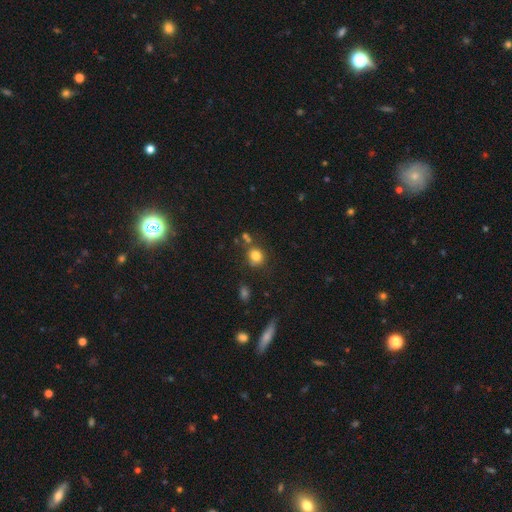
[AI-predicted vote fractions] Smooth or featured?
  - smooth: 80% *
  - star or artifact: 13%
  - featured or disk: 7%
How rounded?
  - round: 76% *
  - in between: 23%
  - cigar-shaped: 1%
Merging?
  - none: 67% *
  - minor disturbance: 16%
  - merger: 12%
  - major disturbance: 5%